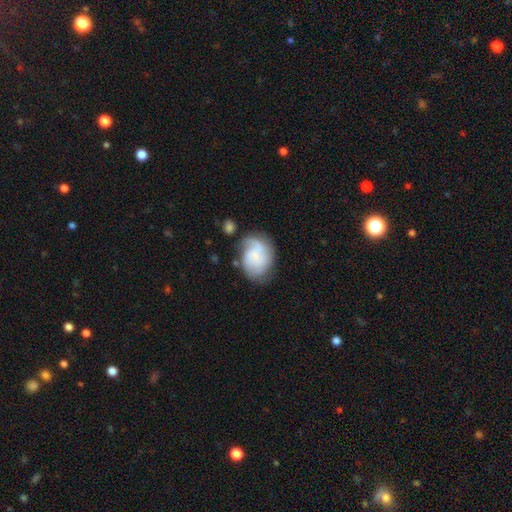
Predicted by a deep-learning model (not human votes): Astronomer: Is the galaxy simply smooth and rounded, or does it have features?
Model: featured or disk — 53% (runner-up: smooth, 39%).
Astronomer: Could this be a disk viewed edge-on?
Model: no — 98%.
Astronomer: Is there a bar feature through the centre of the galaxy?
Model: no — 70%.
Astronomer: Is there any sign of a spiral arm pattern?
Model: yes — 87%.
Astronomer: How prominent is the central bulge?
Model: none — 45% (runner-up: small, 33%).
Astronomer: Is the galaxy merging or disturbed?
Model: none — 48% (runner-up: minor disturbance, 27%).